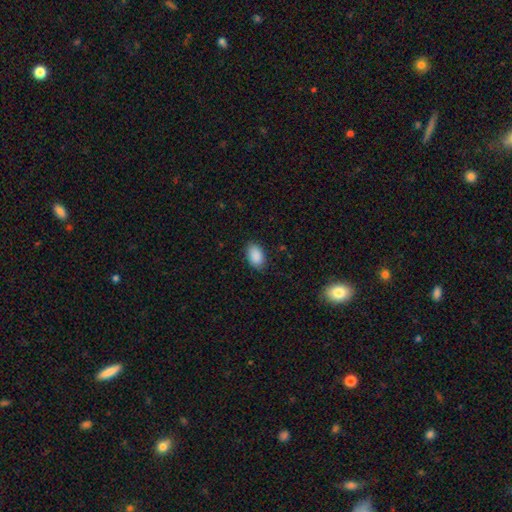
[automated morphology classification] smooth-or-featured: smooth: 90% | star or artifact: 7% | featured or disk: 3%
  how-rounded: in between: 91% | round: 8% | cigar-shaped: 1%
  merging: none: 85% | minor disturbance: 11% | major disturbance: 3% | merger: 1%